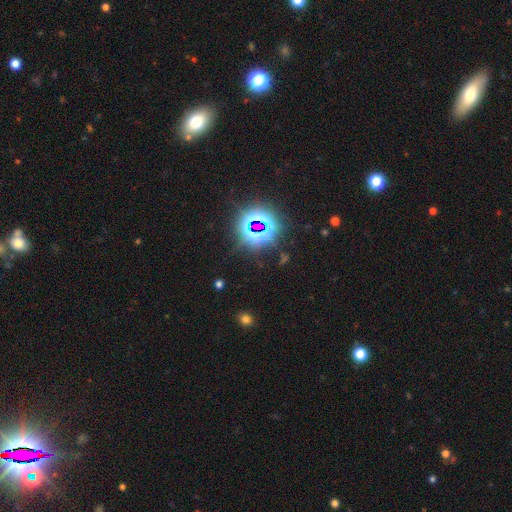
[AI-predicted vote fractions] A star or artifact, not a galaxy (76%).